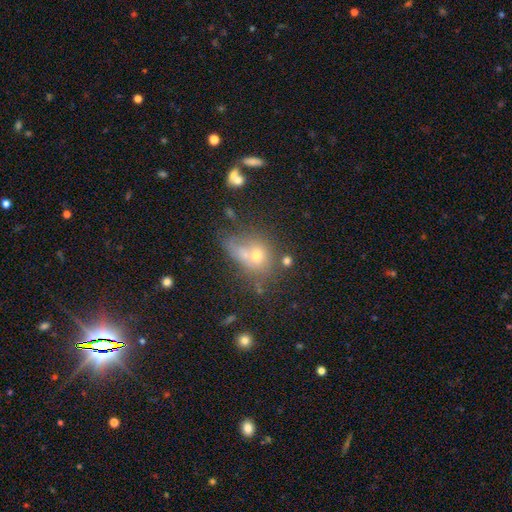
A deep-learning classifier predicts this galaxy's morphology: This appears to be a smooth galaxy with no disk features (59%) that is round (55%). Merging: merger (45%).